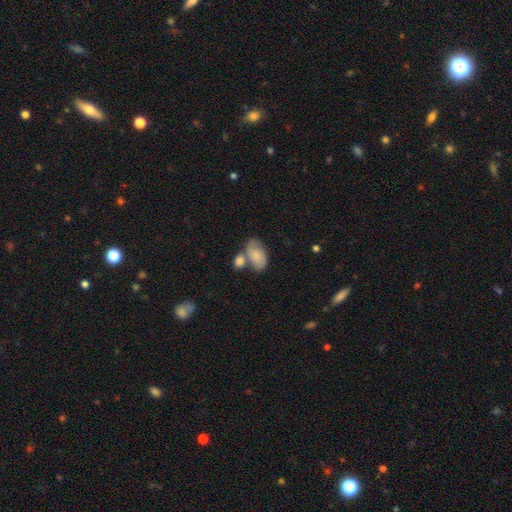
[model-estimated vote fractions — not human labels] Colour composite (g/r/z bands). It shows a smooth galaxy with no disk features (56%) that is in between round and cigar-shaped (89%). Merging: merger (39%).